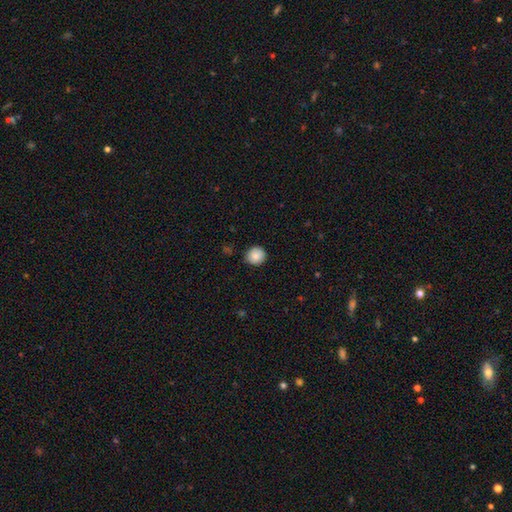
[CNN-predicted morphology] Q: Smooth or featured?
A: smooth (86%); runner-up: star or artifact (8%)
Q: How rounded?
A: round (92%); runner-up: in between (8%)
Q: Merging?
A: none (88%); runner-up: minor disturbance (9%)